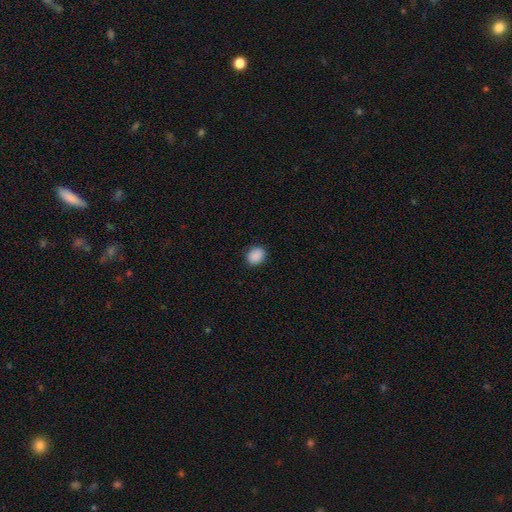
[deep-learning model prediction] This is clearly a smooth galaxy (90%). How rounded: possibly in between (56%). Merging: clearly none (89%).